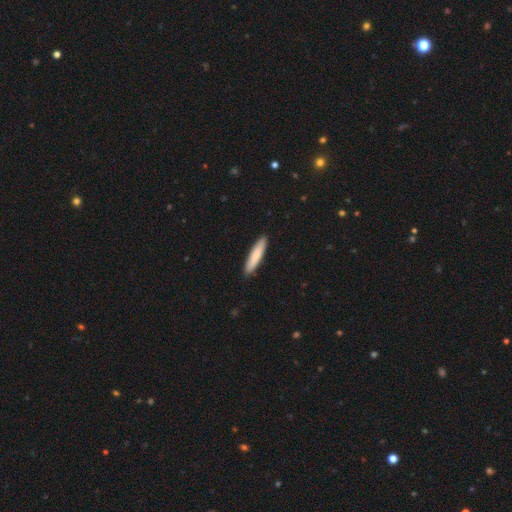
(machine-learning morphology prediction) Smooth or featured?
  - smooth: 82% *
  - featured or disk: 13%
  - star or artifact: 5%
How rounded?
  - cigar-shaped: 84% *
  - in between: 14%
  - round: 1%
Merging?
  - none: 91% *
  - minor disturbance: 7%
  - major disturbance: 1%
  - merger: 1%